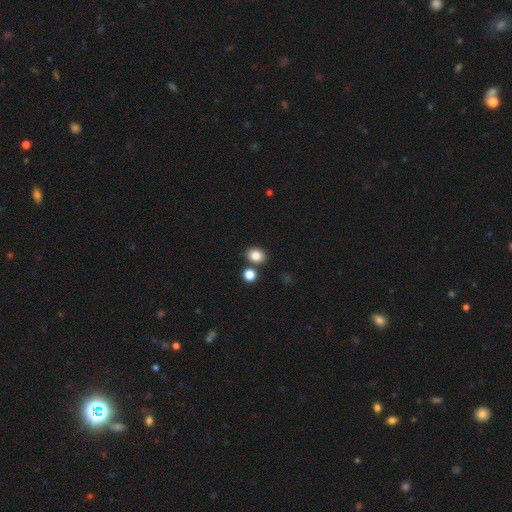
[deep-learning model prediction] Smooth or featured: smooth — 84% (star or artifact — 11%)
How rounded: in between — 50% (round — 49%)
Merging: none — 77% (merger — 12%)